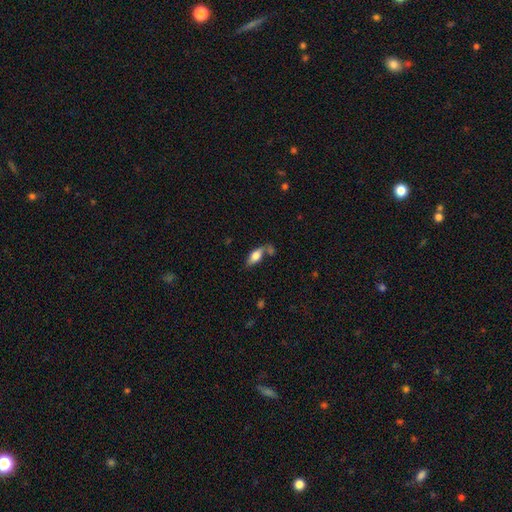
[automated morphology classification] A smooth galaxy with no disk features (68%) that is in between round and cigar-shaped (80%). Merging: none (54%).